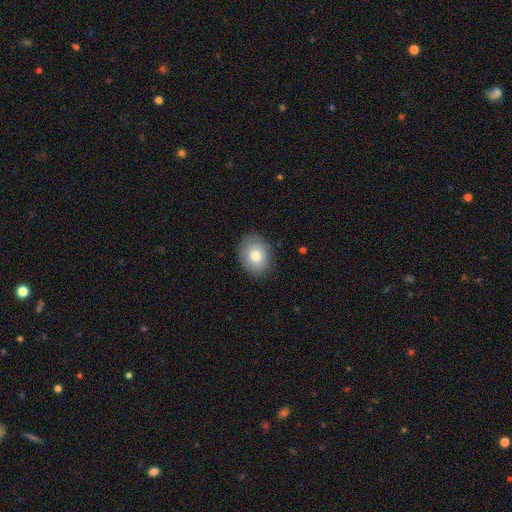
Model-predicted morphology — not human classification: smooth 78%, featured or disk 14%, star or artifact 8%. Down the decision tree: how rounded — in between (62%); merging — none (84%).